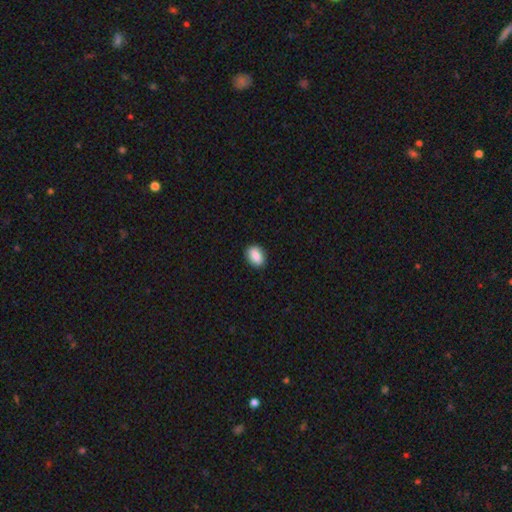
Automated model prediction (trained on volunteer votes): smooth-or-featured: smooth: 87% | star or artifact: 7% | featured or disk: 6%
  how-rounded: in between: 80% | round: 18% | cigar-shaped: 2%
  merging: none: 88% | minor disturbance: 9% | major disturbance: 2% | merger: 1%